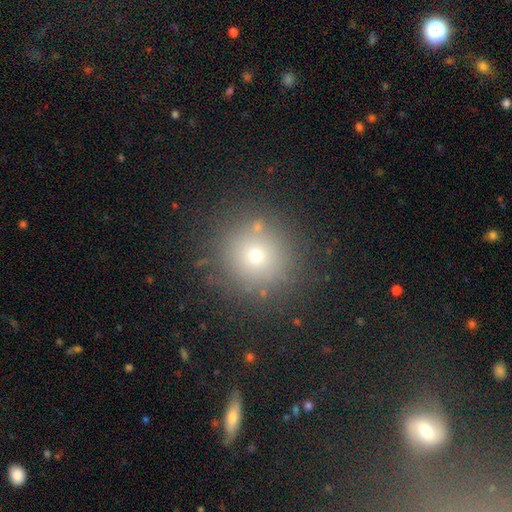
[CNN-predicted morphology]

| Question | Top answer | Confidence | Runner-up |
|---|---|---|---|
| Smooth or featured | smooth | 67% | star or artifact (22%) |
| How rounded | round | 93% | in between (6%) |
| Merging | none | 85% | minor disturbance (8%) |